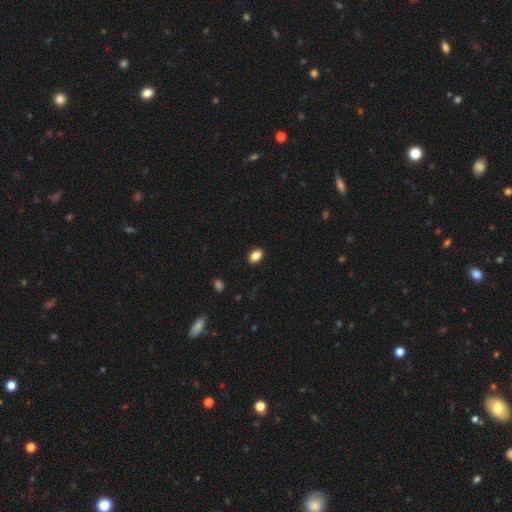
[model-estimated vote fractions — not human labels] smooth_or_featured: smooth (p=0.87) [alt: star or artifact p=0.09]
how_rounded: in between (p=0.85) [alt: round p=0.14]
merging: none (p=0.90) [alt: minor disturbance p=0.07]